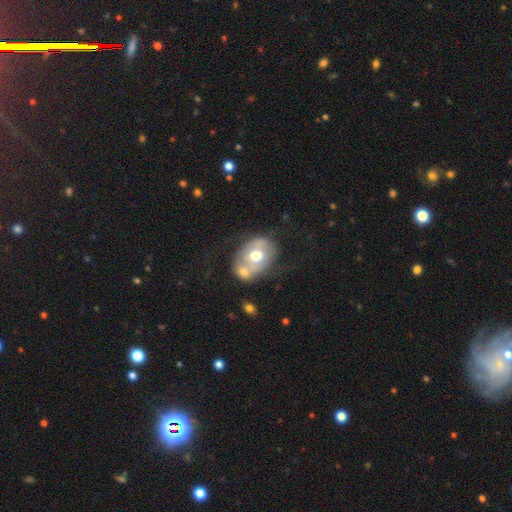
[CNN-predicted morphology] Smooth or featured?
  - smooth: 50% *
  - featured or disk: 43%
  - star or artifact: 7%
Merging?
  - merger: 45% *
  - none: 32%
  - minor disturbance: 15%
  - major disturbance: 9%